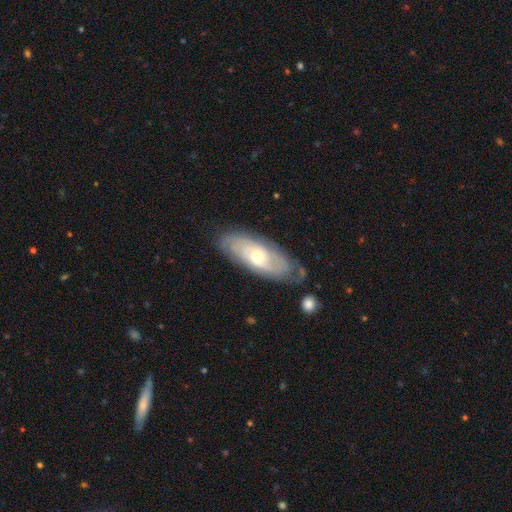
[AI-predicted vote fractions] This is likely a featured or disk galaxy (66%). It is clearly not viewed edge-on (82%). Bar: likely no (64%). Spiral arm pattern: likely yes (76%). Central bulge: likely moderate (65%). Merging: likely none (74%).